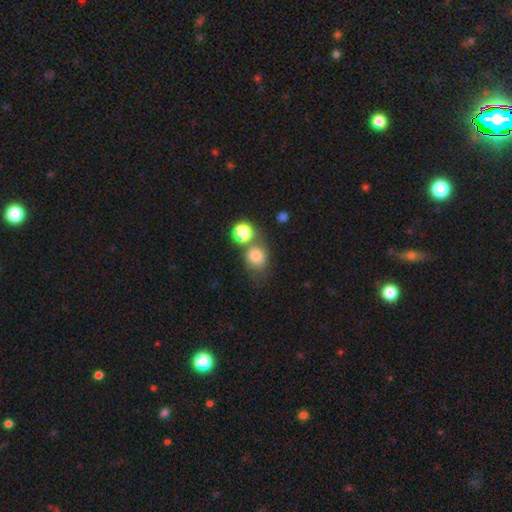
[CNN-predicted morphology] A smooth galaxy with no disk features (79%) that is round (66%).

Vote fractions:
- Smooth or featured? smooth: 79% / star or artifact: 11% / featured or disk: 10%
- How rounded? round: 66% / in between: 33% / cigar-shaped: 1%
- Merging? none: 46% / merger: 32% / minor disturbance: 14% / major disturbance: 8%